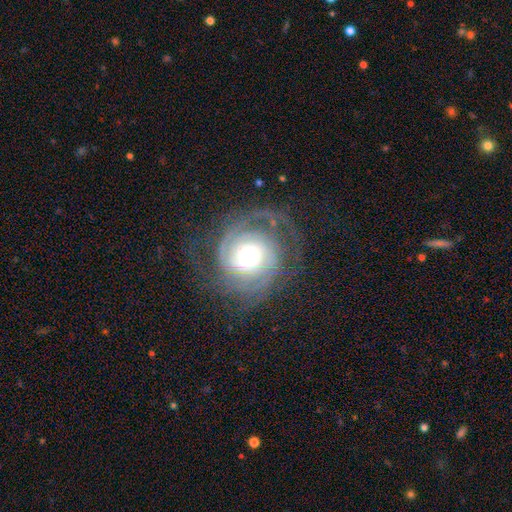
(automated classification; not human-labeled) Q: Smooth or featured?
A: featured or disk (85%); runner-up: smooth (9%)
Q: Edge-on disk?
A: no (98%); runner-up: yes (2%)
Q: Bar?
A: no (73%); runner-up: weak (19%)
Q: Spiral arms?
A: yes (96%); runner-up: no (4%)
Q: Spiral winding?
A: tight (58%); runner-up: medium (31%)
Q: Spiral arm count?
A: 2 (56%); runner-up: can't tell (14%)
Q: Bulge size?
A: moderate (36%); runner-up: large (29%)
Q: Merging?
A: none (68%); runner-up: major disturbance (16%)